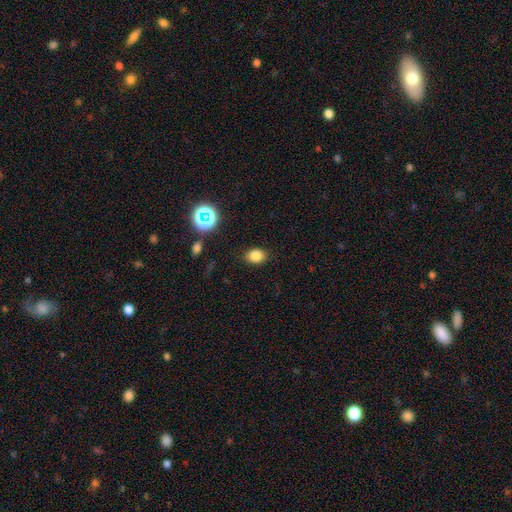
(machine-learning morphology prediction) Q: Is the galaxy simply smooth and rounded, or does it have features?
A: smooth — 80%.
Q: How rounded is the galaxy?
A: in between — 61%.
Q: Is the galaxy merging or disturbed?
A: none — 85%.